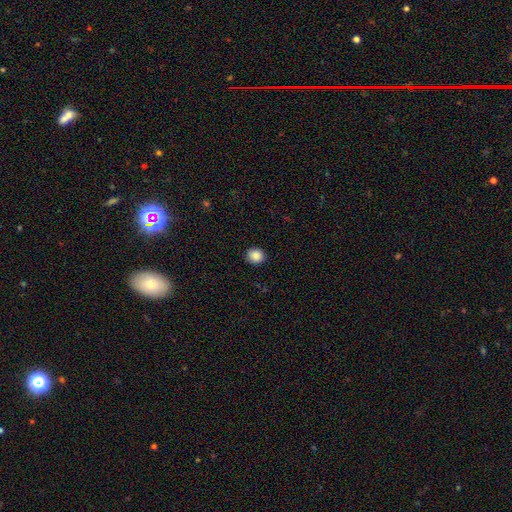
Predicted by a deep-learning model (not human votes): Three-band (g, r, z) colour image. It shows a smooth galaxy with no disk features (88%) that is round (78%). Merging: none (91%).